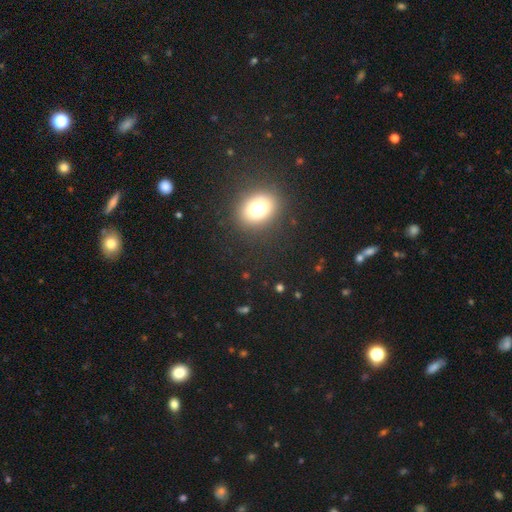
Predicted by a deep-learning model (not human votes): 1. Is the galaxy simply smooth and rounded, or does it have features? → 68% smooth, 24% star or artifact, 8% featured or disk.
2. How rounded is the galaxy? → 52% round, 45% in between, 2% cigar-shaped.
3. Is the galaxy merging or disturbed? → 91% none, 6% minor disturbance, 2% major disturbance, 1% merger.